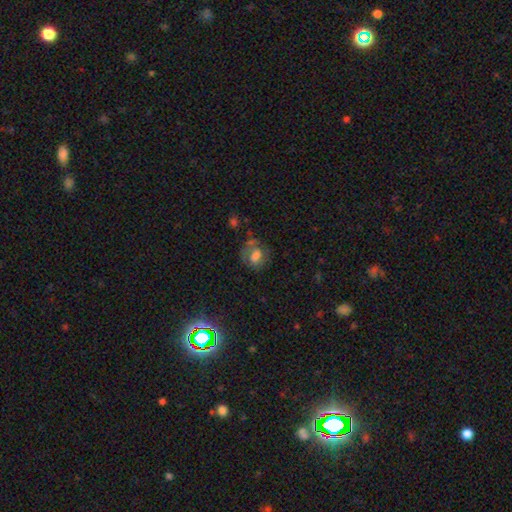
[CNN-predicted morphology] This appears to be a smooth galaxy with no disk features (54%) that is round (50%). Merging: none (51%).